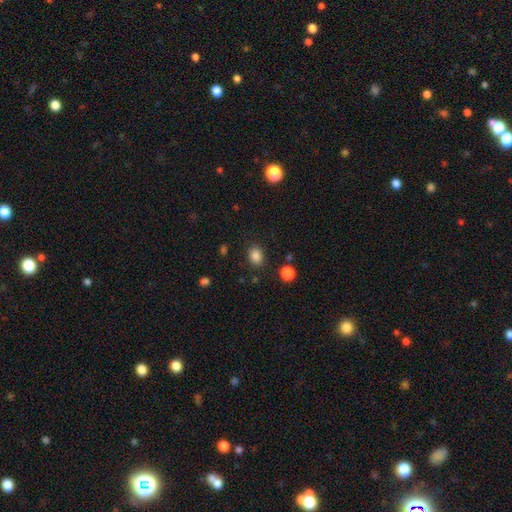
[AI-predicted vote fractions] Smooth or featured? smooth (85%)
How rounded? in between (59%)
Merging? none (84%)